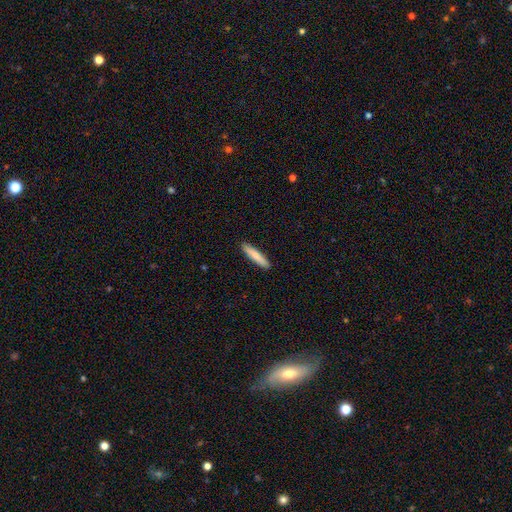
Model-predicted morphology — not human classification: Smooth or featured? smooth (78%)
How rounded? cigar-shaped (84%)
Merging? none (91%)